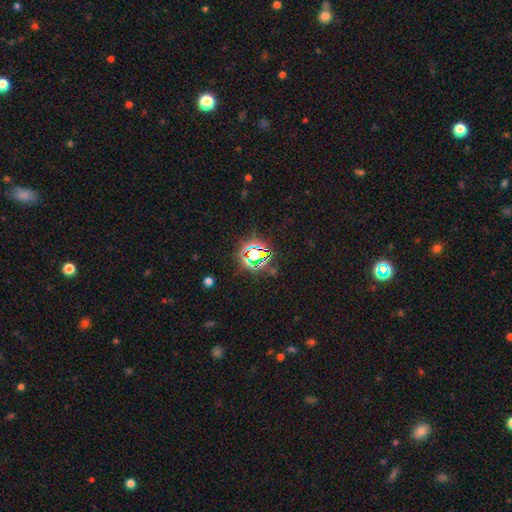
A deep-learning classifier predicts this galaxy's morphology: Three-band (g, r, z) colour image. It shows a star or artifact, not a galaxy (73%).